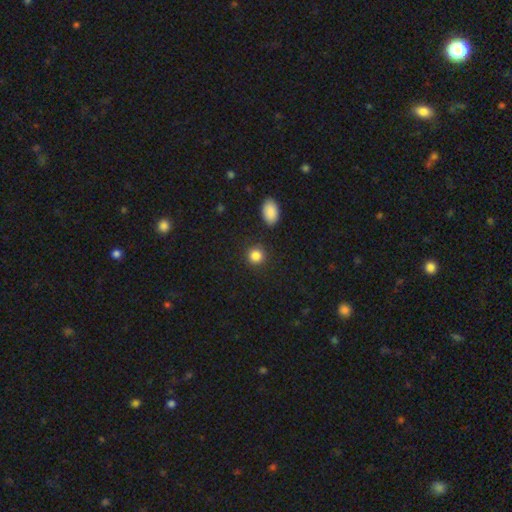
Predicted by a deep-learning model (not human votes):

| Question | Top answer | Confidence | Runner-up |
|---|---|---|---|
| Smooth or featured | smooth | 86% | star or artifact (10%) |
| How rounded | round | 87% | in between (12%) |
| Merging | none | 87% | minor disturbance (7%) |